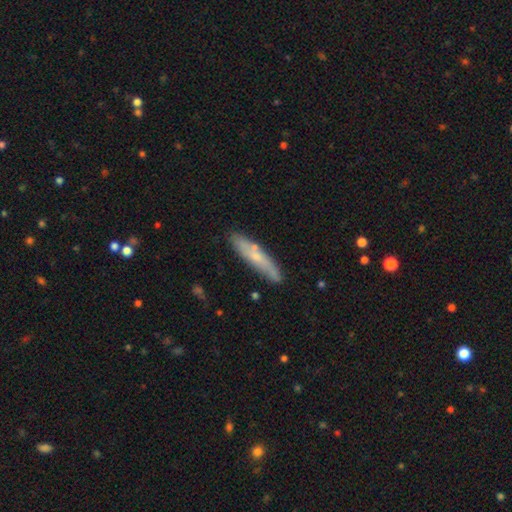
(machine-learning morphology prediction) Q: Smooth or featured?
A: smooth (53%); runner-up: featured or disk (41%)
Q: How rounded?
A: cigar-shaped (88%); runner-up: in between (11%)
Q: Merging?
A: none (81%); runner-up: minor disturbance (14%)